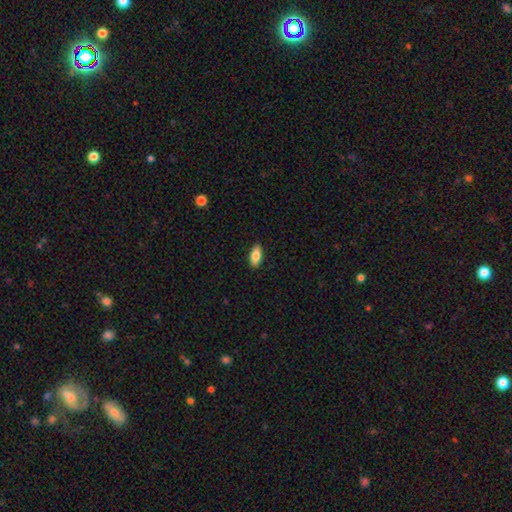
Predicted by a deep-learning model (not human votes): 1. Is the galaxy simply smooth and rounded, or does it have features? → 80% smooth, 13% featured or disk, 7% star or artifact.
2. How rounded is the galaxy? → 85% in between, 13% cigar-shaped, 3% round.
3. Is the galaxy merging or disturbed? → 89% none, 9% minor disturbance, 2% major disturbance, 1% merger.